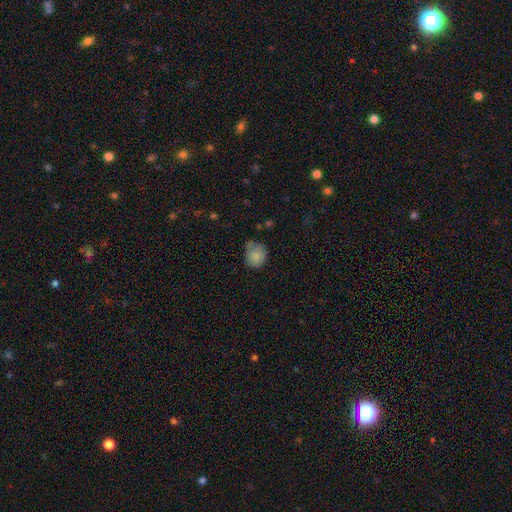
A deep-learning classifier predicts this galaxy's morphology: Q: Smooth or featured?
A: smooth (82%); runner-up: star or artifact (9%)
Q: How rounded?
A: round (67%); runner-up: in between (32%)
Q: Merging?
A: none (51%); runner-up: minor disturbance (35%)